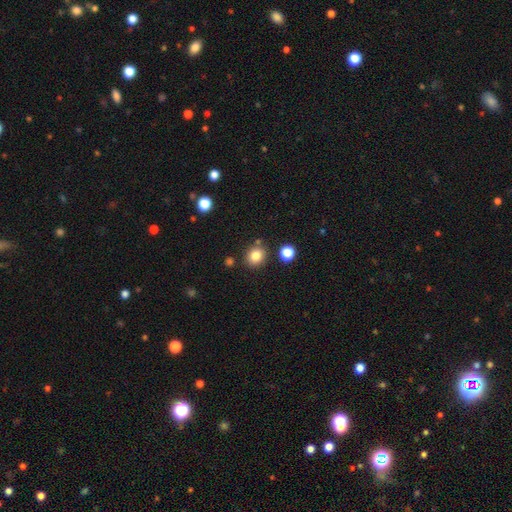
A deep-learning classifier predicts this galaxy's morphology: Smooth or featured? Predicted: smooth (p=0.82). How rounded? Predicted: round (p=0.75). Merging? Predicted: none (p=0.82).